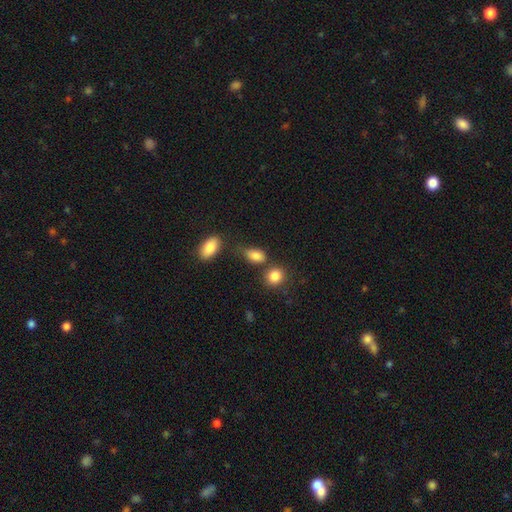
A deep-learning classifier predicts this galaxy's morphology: This is clearly a smooth galaxy (85%). How rounded: clearly in between (83%). Merging: possibly none (59%).